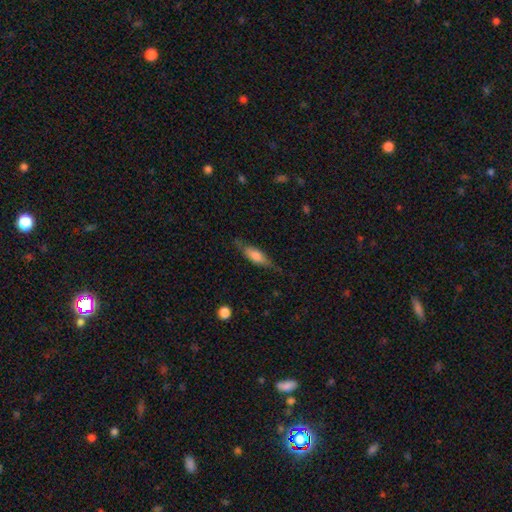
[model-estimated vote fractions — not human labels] A smooth galaxy with no disk features (59%) that is in between round and cigar-shaped (57%).

Vote fractions:
- Smooth or featured? smooth: 59% / featured or disk: 34% / star or artifact: 7%
- How rounded? in between: 57% / cigar-shaped: 40% / round: 3%
- Merging? none: 67% / minor disturbance: 23% / major disturbance: 8% / merger: 2%